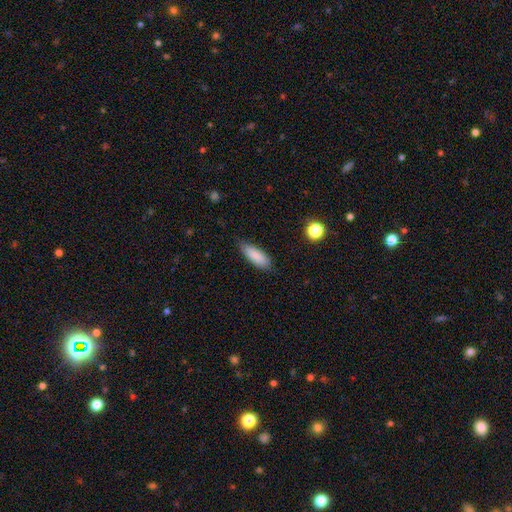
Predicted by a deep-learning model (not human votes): Smooth or featured? Predicted: smooth (p=0.86). How rounded? Predicted: in between (p=0.67). Merging? Predicted: none (p=0.75).